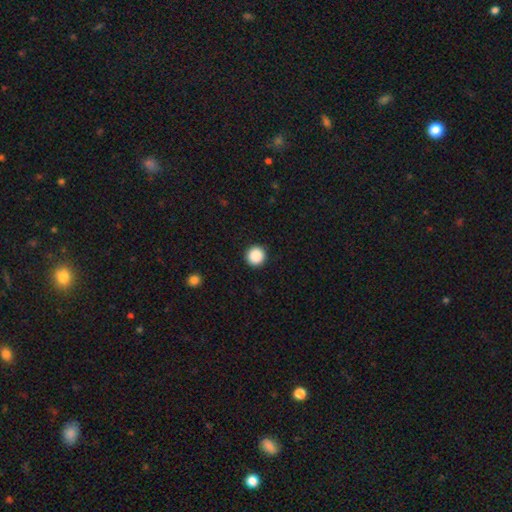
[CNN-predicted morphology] type=smooth (89%); roundness=round (96%); merging=none (93%).